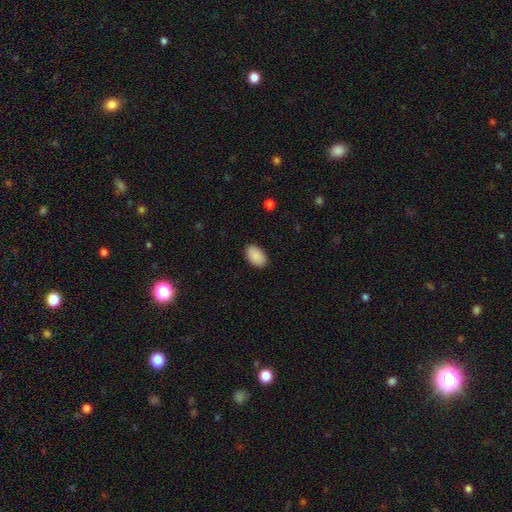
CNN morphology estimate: smooth_or_featured: smooth (p=0.90) [alt: star or artifact p=0.06]
how_rounded: in between (p=0.93) [alt: round p=0.06]
merging: none (p=0.89) [alt: minor disturbance p=0.09]